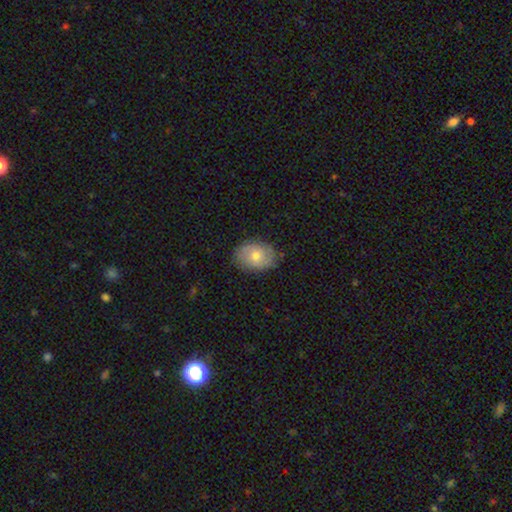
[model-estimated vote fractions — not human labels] Smooth or featured? smooth (66%)
How rounded? in between (72%)
Merging? none (80%)